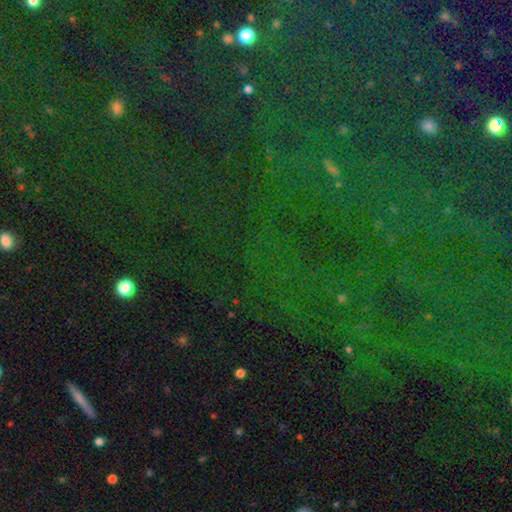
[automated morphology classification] This is clearly a star or artifact rather than a galaxy (81%).